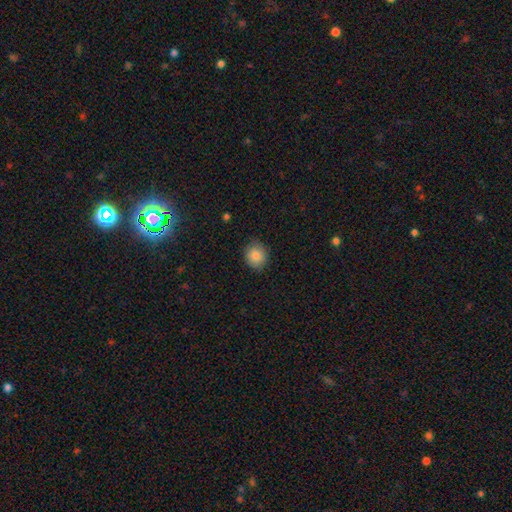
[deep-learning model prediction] smooth-or-featured: smooth: 85% | star or artifact: 9% | featured or disk: 7%
  how-rounded: round: 76% | in between: 23% | cigar-shaped: 1%
  merging: none: 85% | minor disturbance: 12% | major disturbance: 2% | merger: 1%